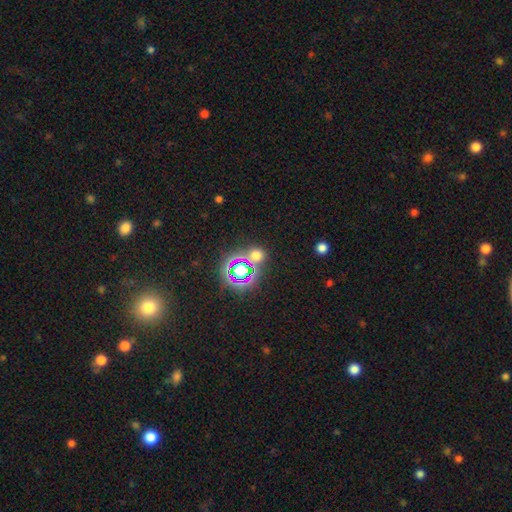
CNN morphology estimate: The model was most divided on "smooth or featured": smooth: 50%, star or artifact: 42%, featured or disk: 8%. More confident: merging — none (73%).